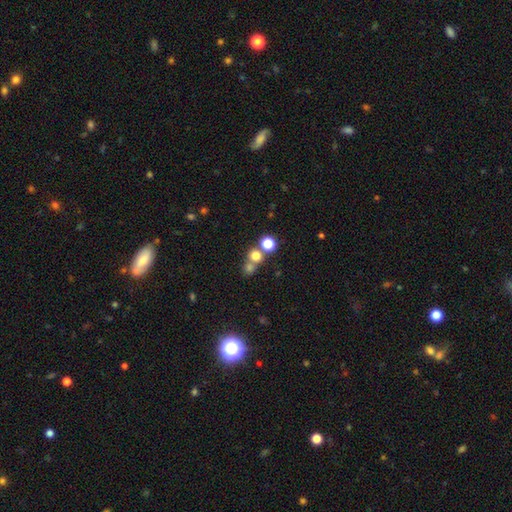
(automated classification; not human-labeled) The model was most divided on "merging": none: 51%, merger: 39%, minor disturbance: 6%, major disturbance: 4%. More confident: how rounded — round (86%); smooth or featured — smooth (70%).